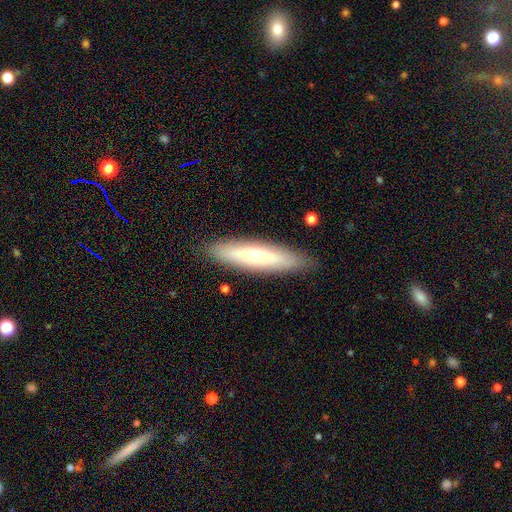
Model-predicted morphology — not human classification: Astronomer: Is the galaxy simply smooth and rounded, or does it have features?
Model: smooth — 49% (runner-up: featured or disk, 45%).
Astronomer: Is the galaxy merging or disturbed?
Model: none — 87%.